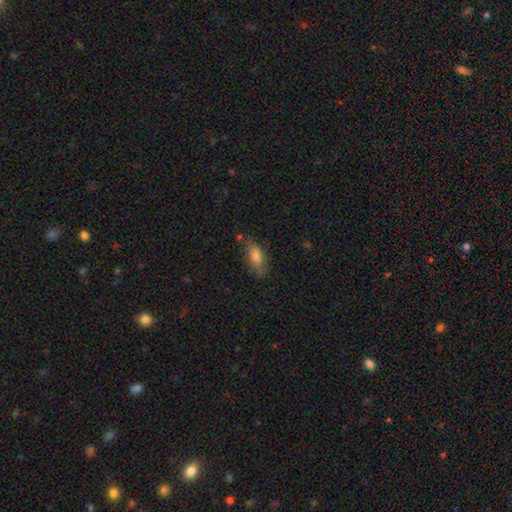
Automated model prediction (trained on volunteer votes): smooth 72%, featured or disk 19%, star or artifact 9%. Down the decision tree: how rounded — in between (69%); merging — none (69%).